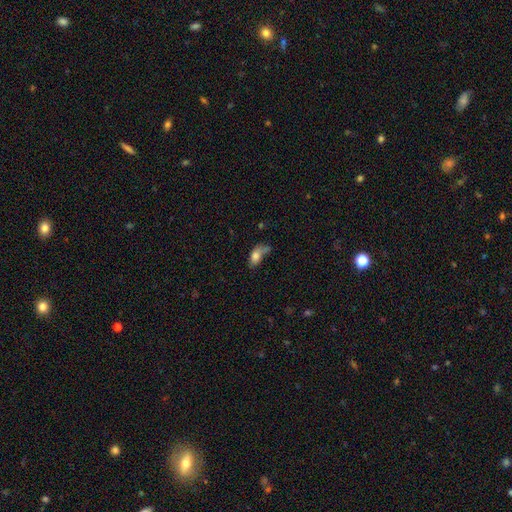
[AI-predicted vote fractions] Morphology: type=smooth (75%); roundness=in between (85%); merging=none (32%).